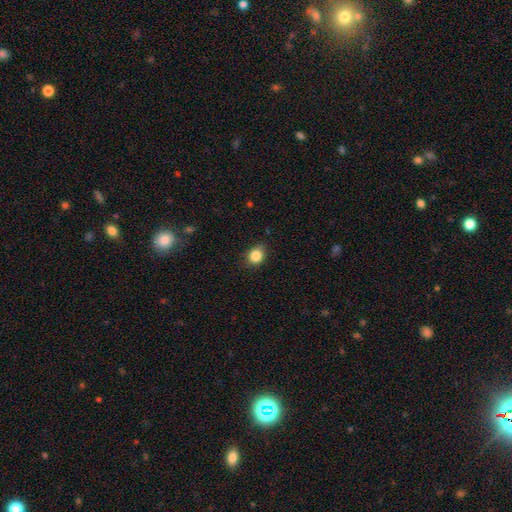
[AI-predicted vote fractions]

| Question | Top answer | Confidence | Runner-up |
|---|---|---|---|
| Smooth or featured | smooth | 85% | star or artifact (10%) |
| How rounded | round | 67% | in between (32%) |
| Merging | none | 81% | minor disturbance (15%) |